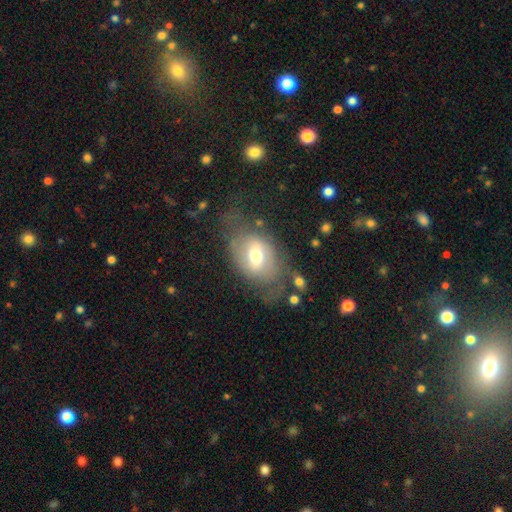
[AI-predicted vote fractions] Smooth or featured: featured or disk — 48% (smooth — 44%)
Merging: none — 50% (minor disturbance — 25%)